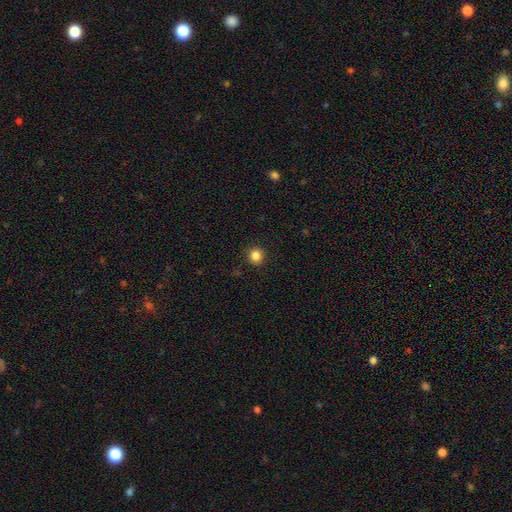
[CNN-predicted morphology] A smooth galaxy with no disk features (85%) that is round (93%). Merging: none (92%).